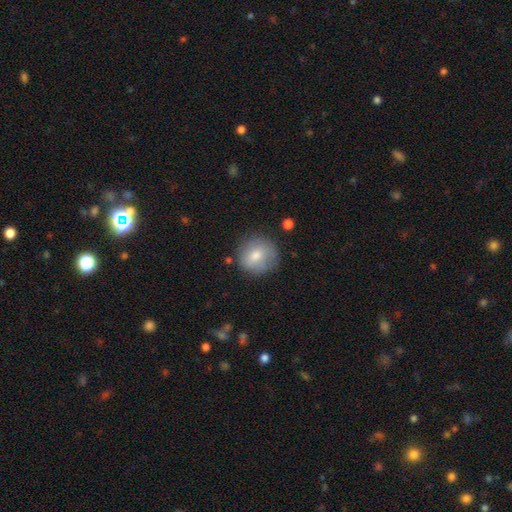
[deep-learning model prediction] smooth_or_featured: smooth (p=0.72) [alt: featured or disk p=0.19]
how_rounded: round (p=0.88) [alt: in between p=0.11]
merging: none (p=0.78) [alt: minor disturbance p=0.16]